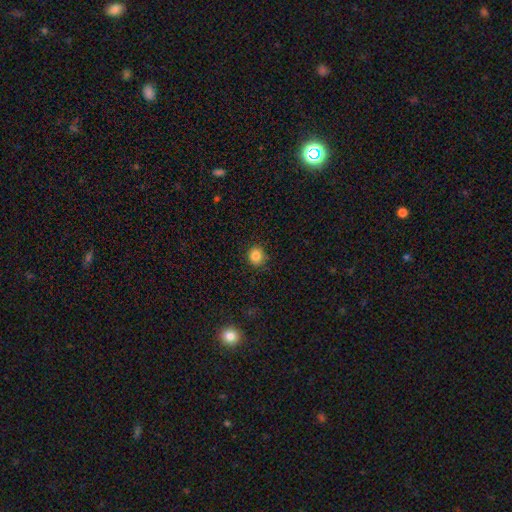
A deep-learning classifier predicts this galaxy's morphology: This is clearly a smooth galaxy (84%). How rounded: clearly round (84%). Merging: clearly none (87%).